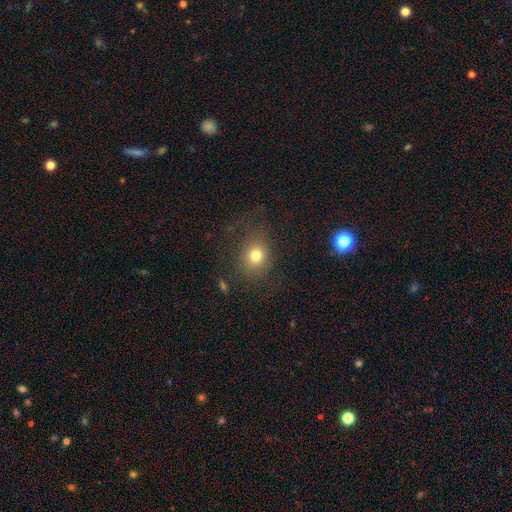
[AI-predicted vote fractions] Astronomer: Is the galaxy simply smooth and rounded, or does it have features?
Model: smooth — 76%.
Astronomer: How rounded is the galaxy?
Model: round — 67%.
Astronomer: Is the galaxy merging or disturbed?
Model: none — 72%.